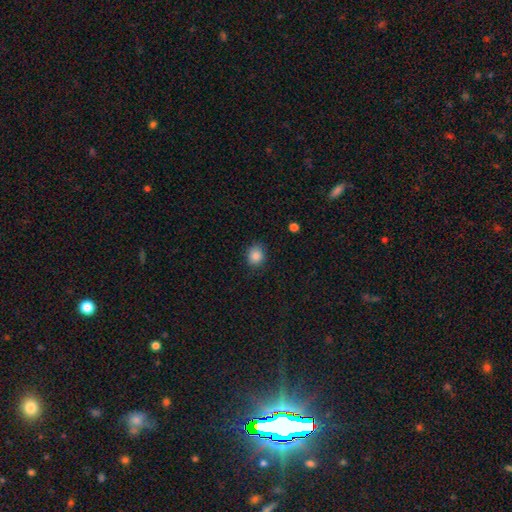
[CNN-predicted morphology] A smooth galaxy with no disk features (87%) that is round (75%).

Vote fractions:
- Smooth or featured? smooth: 87% / star or artifact: 10% / featured or disk: 3%
- How rounded? round: 75% / in between: 24% / cigar-shaped: 1%
- Merging? none: 85% / minor disturbance: 11% / major disturbance: 3% / merger: 1%